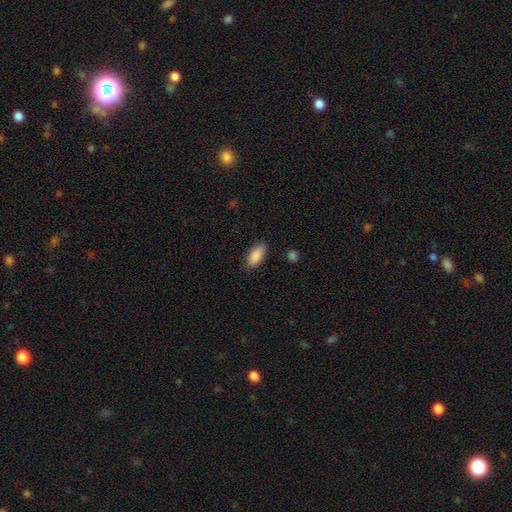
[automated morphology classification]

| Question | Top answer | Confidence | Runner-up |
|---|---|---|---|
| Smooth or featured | smooth | 89% | star or artifact (7%) |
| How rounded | in between | 89% | cigar-shaped (9%) |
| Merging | none | 86% | minor disturbance (10%) |